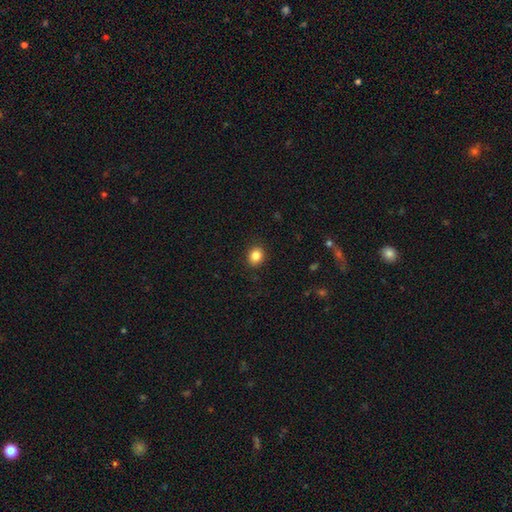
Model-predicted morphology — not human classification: Smooth or featured? smooth (85%)
How rounded? round (63%)
Merging? none (89%)